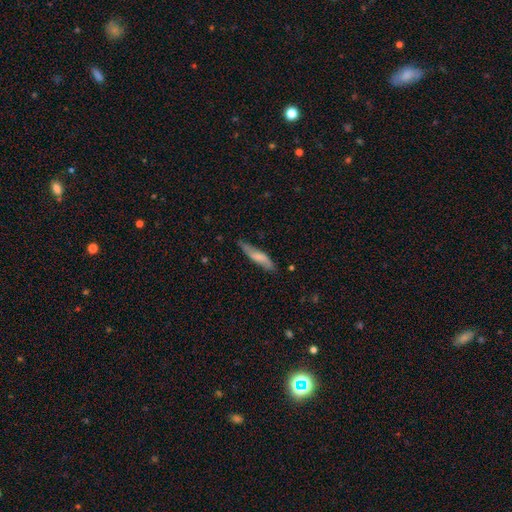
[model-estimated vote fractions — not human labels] Smooth or featured? Predicted: smooth (p=0.47). Merging? Predicted: none (p=0.74).